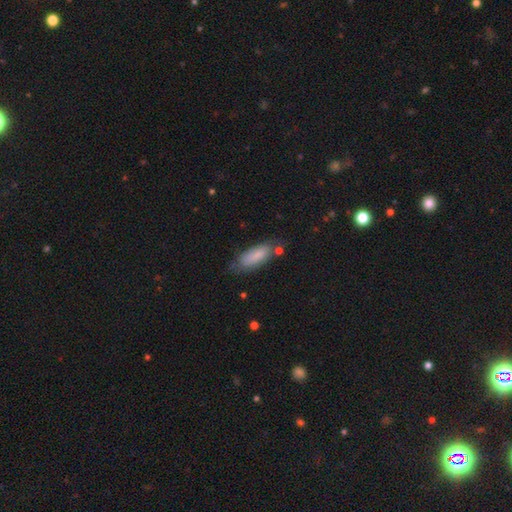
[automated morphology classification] type=smooth (81%); roundness=in between (66%); merging=none (64%).